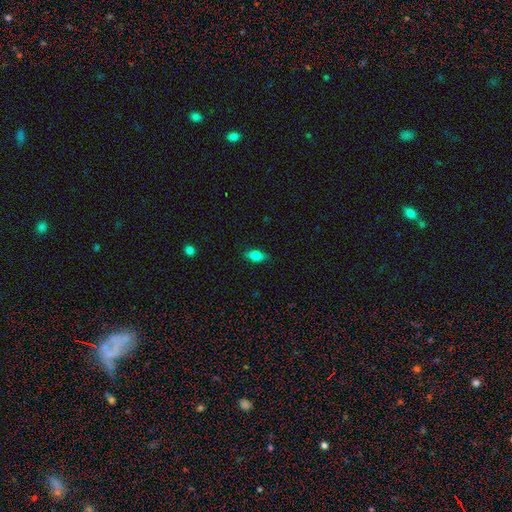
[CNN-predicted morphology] A smooth galaxy with no disk features (82%) that is in between round and cigar-shaped (86%).

Vote fractions:
- Smooth or featured? smooth: 82% / featured or disk: 10% / star or artifact: 8%
- How rounded? in between: 86% / cigar-shaped: 7% / round: 6%
- Merging? none: 84% / minor disturbance: 12% / major disturbance: 3% / merger: 1%